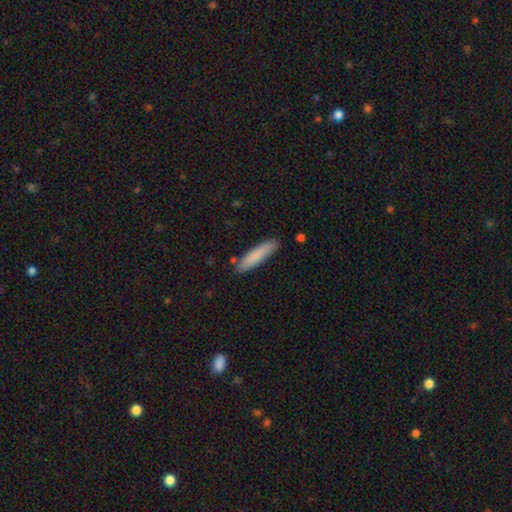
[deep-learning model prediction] Smooth or featured?
  - smooth: 82% *
  - featured or disk: 12%
  - star or artifact: 6%
How rounded?
  - cigar-shaped: 84% *
  - in between: 15%
  - round: 1%
Merging?
  - none: 84% *
  - minor disturbance: 11%
  - merger: 3%
  - major disturbance: 2%